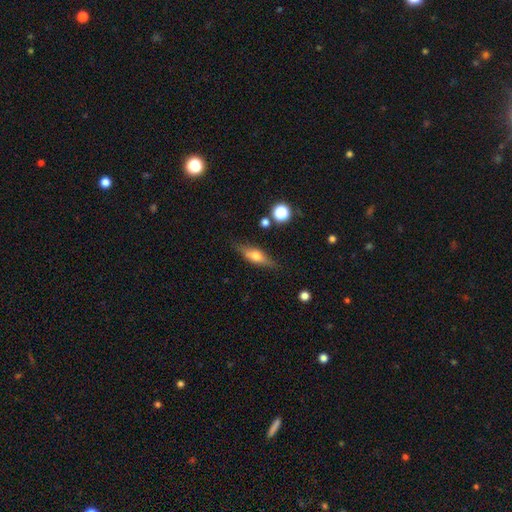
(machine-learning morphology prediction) smooth-or-featured: smooth: 46% (tied) | featured or disk: 46% (tied) | star or artifact: 8%
  merging: none: 81% | minor disturbance: 13% | major disturbance: 3% | merger: 2%